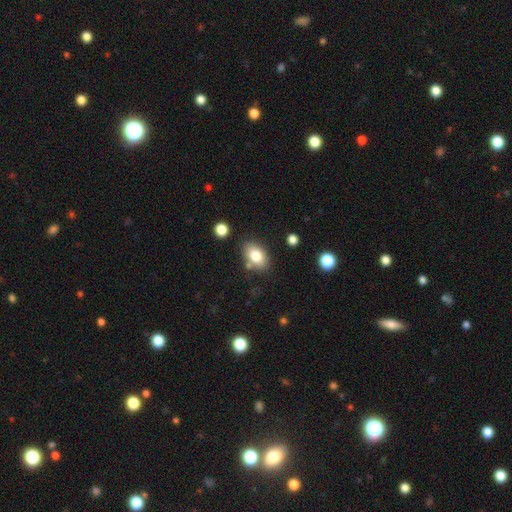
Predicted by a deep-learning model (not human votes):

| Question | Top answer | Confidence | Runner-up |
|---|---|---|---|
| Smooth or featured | smooth | 80% | featured or disk (11%) |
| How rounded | in between | 86% | round (13%) |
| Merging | none | 79% | minor disturbance (12%) |